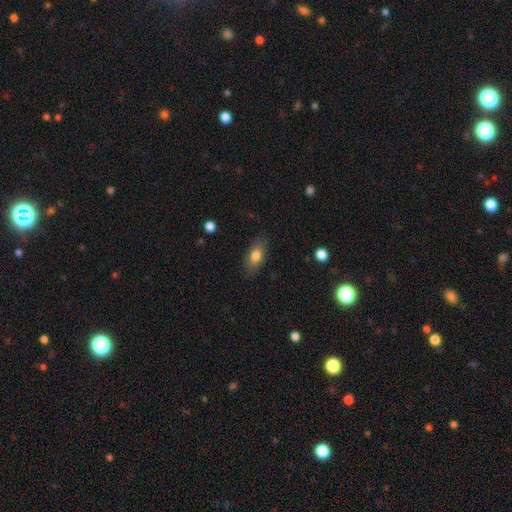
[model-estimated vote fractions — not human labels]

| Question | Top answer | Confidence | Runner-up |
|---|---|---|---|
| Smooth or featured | smooth | 77% | featured or disk (16%) |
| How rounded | in between | 84% | cigar-shaped (9%) |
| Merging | none | 84% | minor disturbance (11%) |